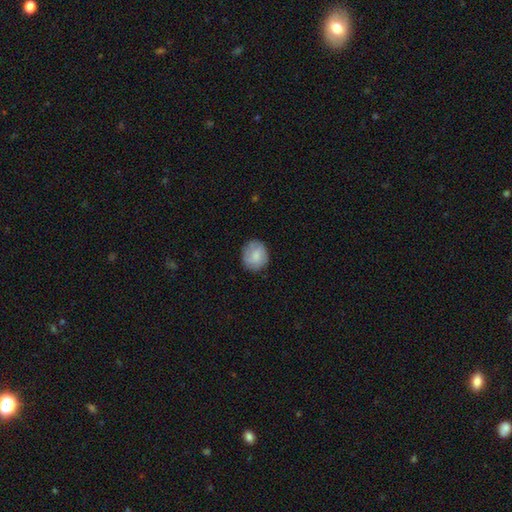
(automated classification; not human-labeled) This is likely a smooth galaxy (74%). How rounded: clearly round (80%). Merging: clearly none (80%).